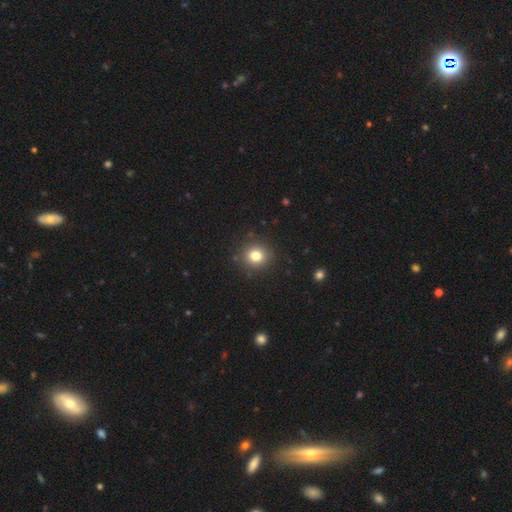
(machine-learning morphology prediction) smooth_or_featured: smooth (p=0.80) [alt: star or artifact p=0.13]
how_rounded: round (p=0.89) [alt: in between p=0.10]
merging: none (p=0.90) [alt: minor disturbance p=0.07]